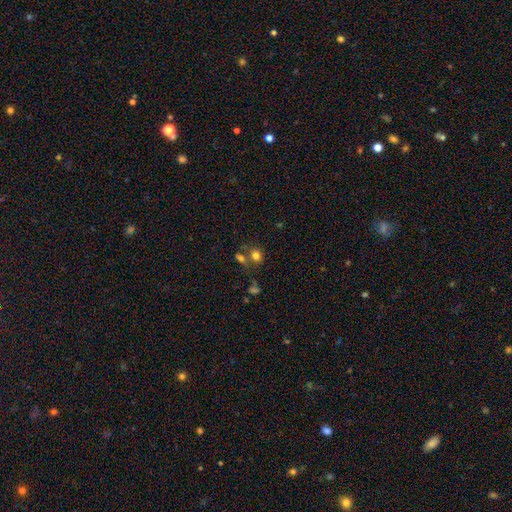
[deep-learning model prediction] smooth-or-featured: smooth: 76% | star or artifact: 14% | featured or disk: 10%
  how-rounded: round: 70% | in between: 29% | cigar-shaped: 1%
  merging: none: 54% | merger: 28% | minor disturbance: 12% | major disturbance: 6%